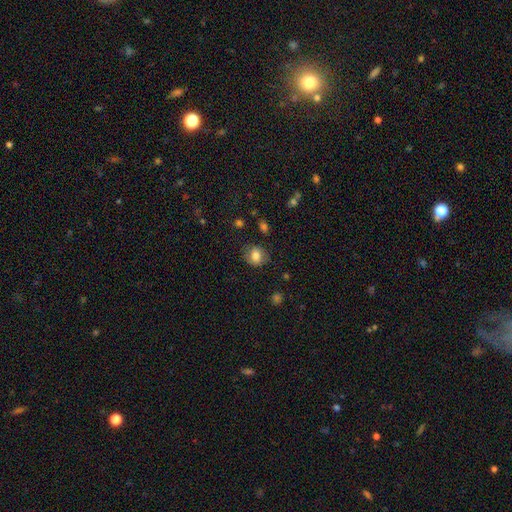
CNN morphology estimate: Overall: smooth (79%). How rounded: round (67%; in between 32%). Merging: none (76%).